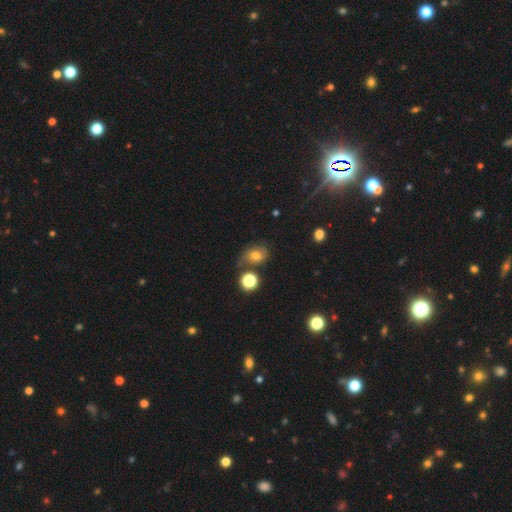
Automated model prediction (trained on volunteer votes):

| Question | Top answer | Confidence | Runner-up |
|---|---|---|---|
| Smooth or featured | smooth | 62% | featured or disk (22%) |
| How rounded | in between | 52% | round (47%) |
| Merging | none | 55% | minor disturbance (23%) |